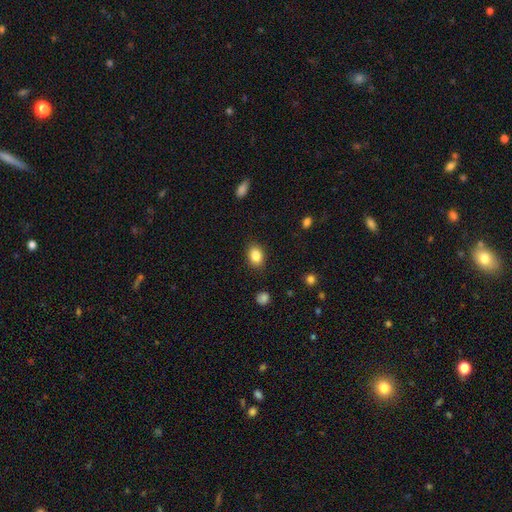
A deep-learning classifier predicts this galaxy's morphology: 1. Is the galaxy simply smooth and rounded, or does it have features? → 85% smooth, 9% star or artifact, 6% featured or disk.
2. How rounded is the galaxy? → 72% in between, 27% round, 1% cigar-shaped.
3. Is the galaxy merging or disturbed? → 87% none, 9% minor disturbance, 3% major disturbance, 1% merger.